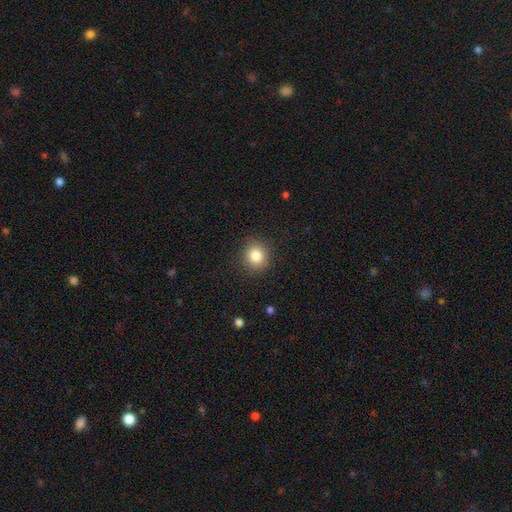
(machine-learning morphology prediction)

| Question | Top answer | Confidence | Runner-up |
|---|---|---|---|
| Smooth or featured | smooth | 83% | star or artifact (10%) |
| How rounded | round | 85% | in between (14%) |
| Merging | none | 88% | minor disturbance (8%) |